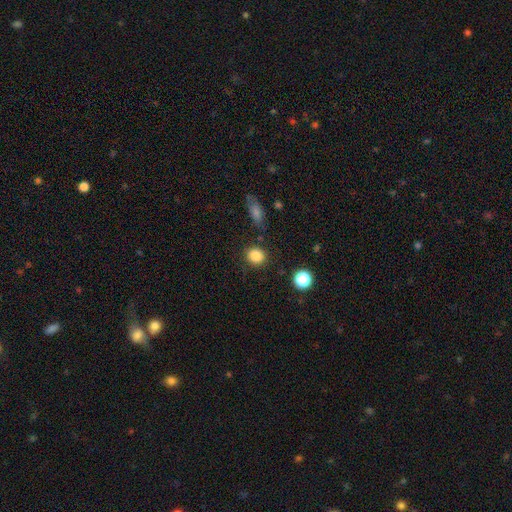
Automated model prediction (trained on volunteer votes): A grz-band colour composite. It shows a smooth galaxy with no disk features (85%) that is round (76%). Merging: none (85%).